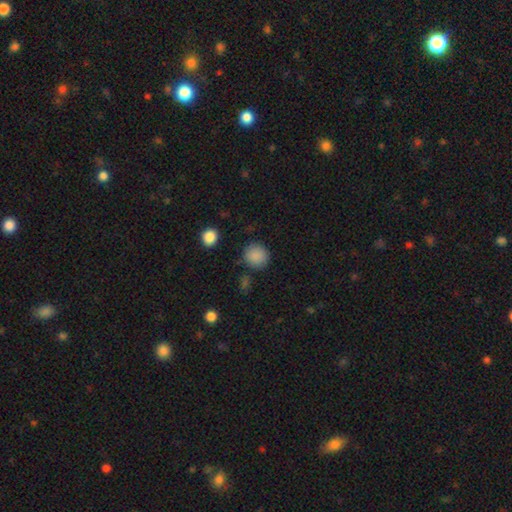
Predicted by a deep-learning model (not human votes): Morphology: type=smooth (87%); roundness=round (89%); merging=none (83%).